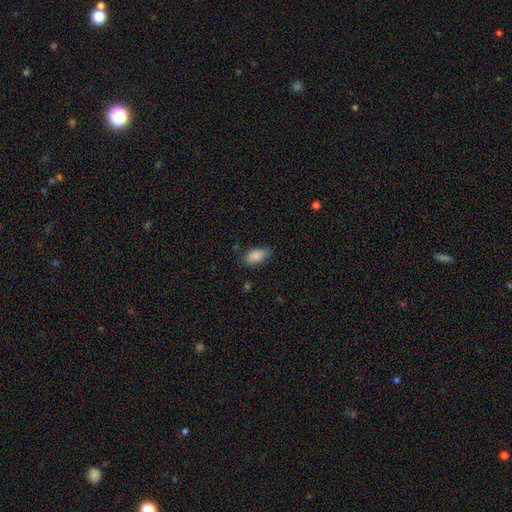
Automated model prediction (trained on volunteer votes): A smooth galaxy with no disk features (88%) that is in between round and cigar-shaped (92%). Merging: none (74%).